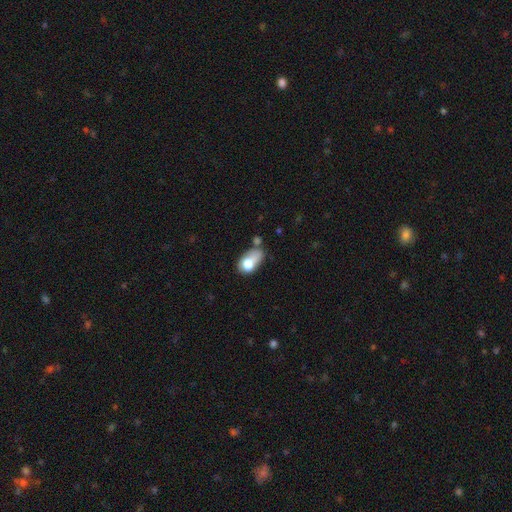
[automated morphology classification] type=smooth (69%); roundness=in between (81%); merging=minor disturbance (28%).